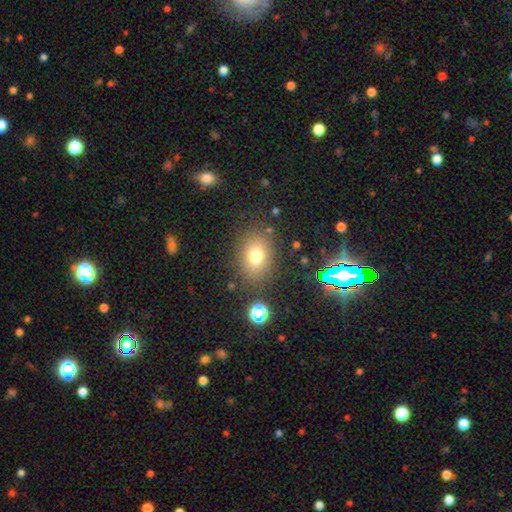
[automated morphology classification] This appears to be a smooth galaxy with no disk features (74%) that is in between round and cigar-shaped (63%). Merging: none (81%).